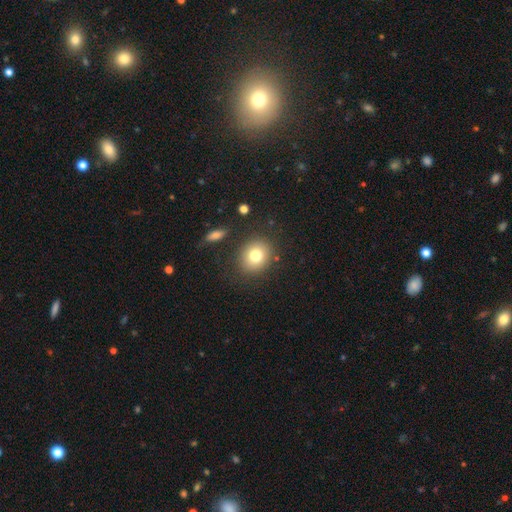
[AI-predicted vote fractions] This is likely a smooth galaxy (78%). How rounded: likely round (70%). Merging: clearly none (84%).